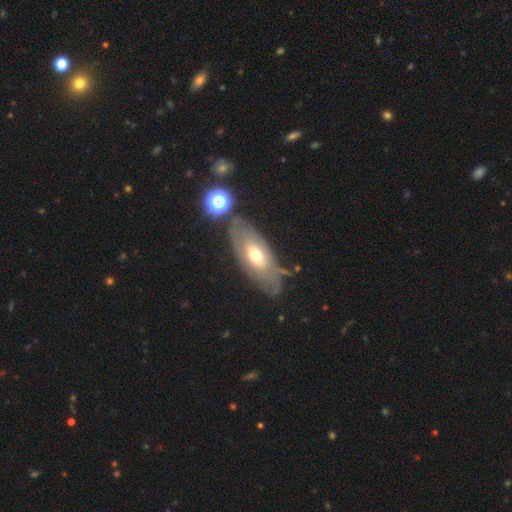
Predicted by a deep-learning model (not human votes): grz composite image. It shows a featured or disk galaxy (53%). Merging: none (64%).